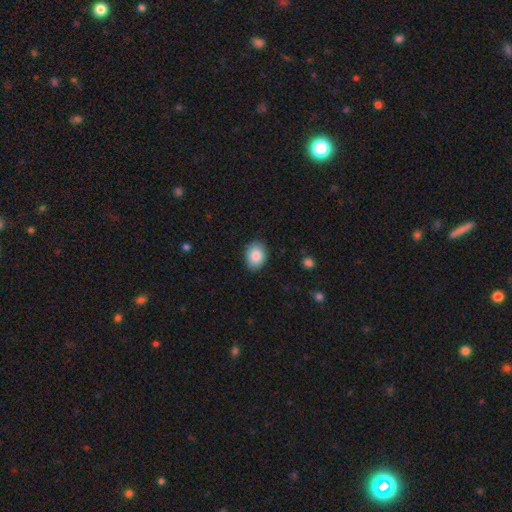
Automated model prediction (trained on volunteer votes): Morphology: type=smooth (87%); roundness=in between (65%); merging=none (86%).